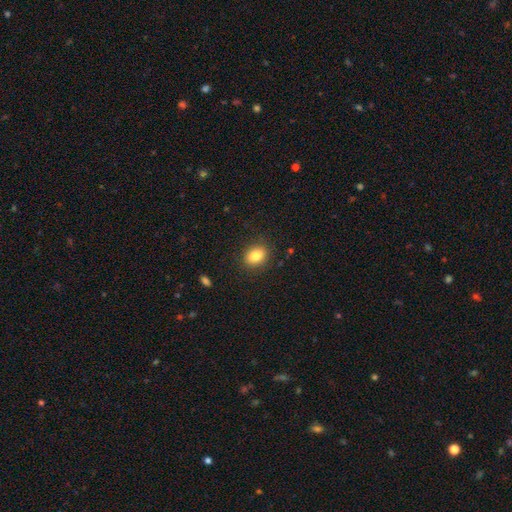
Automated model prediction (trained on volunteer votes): A smooth galaxy with no disk features (83%) that is in between round and cigar-shaped (64%). Merging: none (87%).